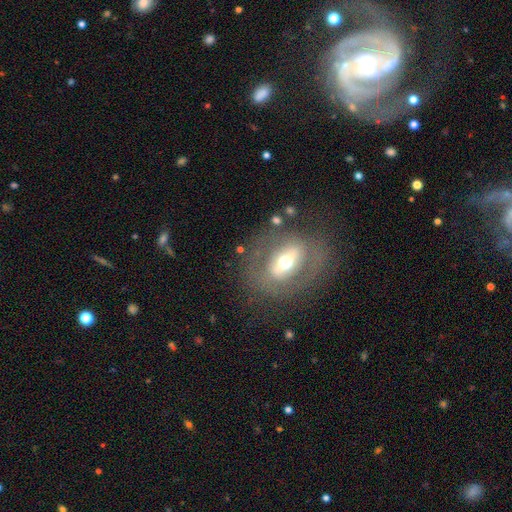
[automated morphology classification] Overall: featured or disk (62%; smooth 25%). Edge-on disk: no (88%). Bar: strong (39%; weak 37%). Spiral arms: yes (65%; no 35%). Bulge size: moderate (56%; small 31%). Merging: none (74%).